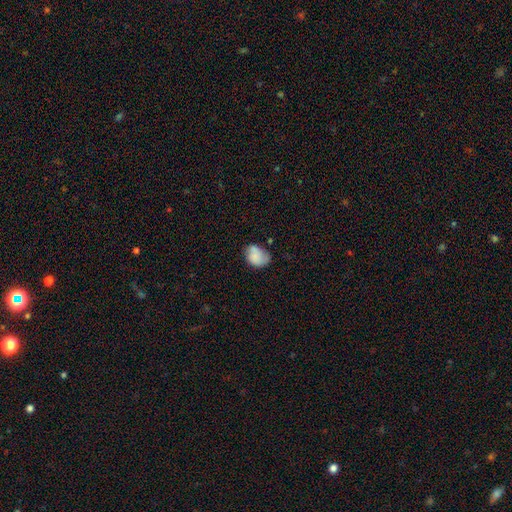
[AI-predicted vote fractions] Smooth or featured? Predicted: smooth (p=0.73). How rounded? Predicted: in between (p=0.62). Merging? Predicted: none (p=0.51).